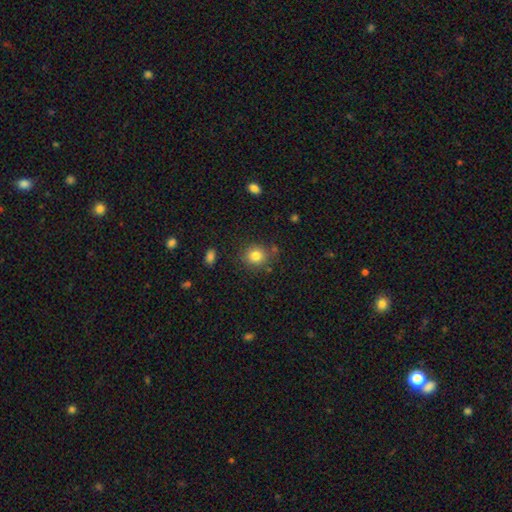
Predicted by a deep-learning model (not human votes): This appears to be a smooth galaxy with no disk features (82%) that is round (81%). Merging: none (80%).